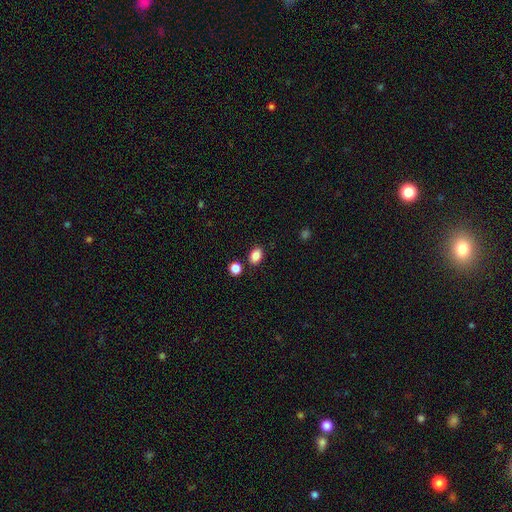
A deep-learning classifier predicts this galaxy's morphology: The model was most divided on "how rounded": in between: 76%, round: 22%, cigar-shaped: 1%. More confident: smooth or featured — smooth (86%); merging — none (83%).